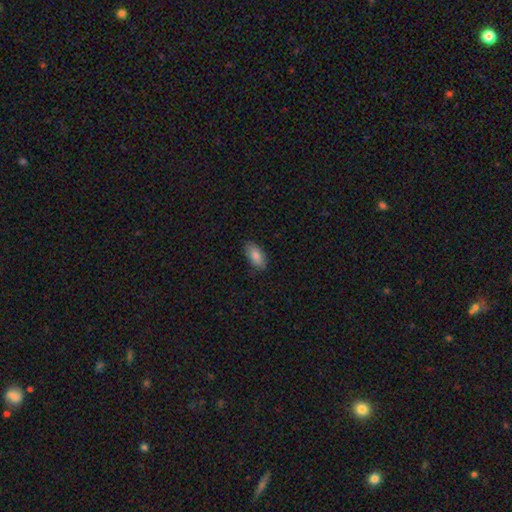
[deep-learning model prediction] This appears to be a smooth galaxy with no disk features (83%) that is in between round and cigar-shaped (90%). Merging: none (87%).